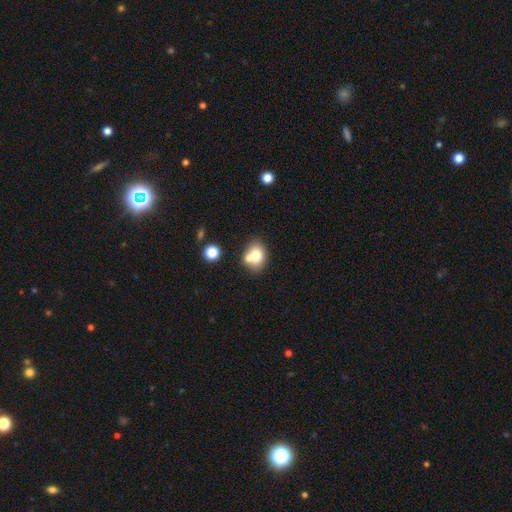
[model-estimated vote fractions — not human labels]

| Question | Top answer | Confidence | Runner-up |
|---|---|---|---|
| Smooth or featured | smooth | 73% | featured or disk (17%) |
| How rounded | round | 51% | in between (48%) |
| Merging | none | 47% | merger (36%) |